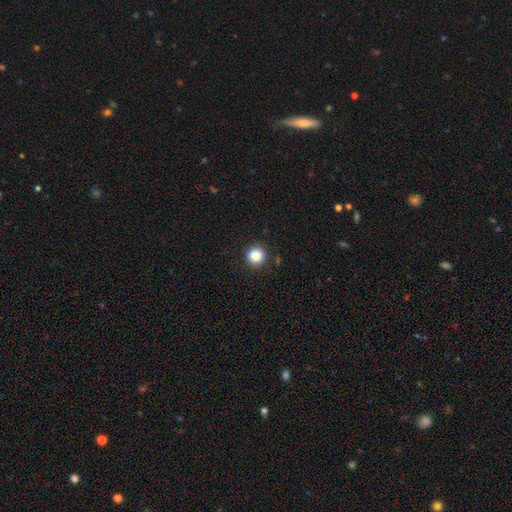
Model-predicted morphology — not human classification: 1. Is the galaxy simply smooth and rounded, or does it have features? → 87% smooth, 10% star or artifact, 3% featured or disk.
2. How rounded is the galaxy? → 95% round, 4% in between, 1% cigar-shaped.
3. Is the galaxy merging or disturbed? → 90% none, 6% minor disturbance, 2% major disturbance, 1% merger.